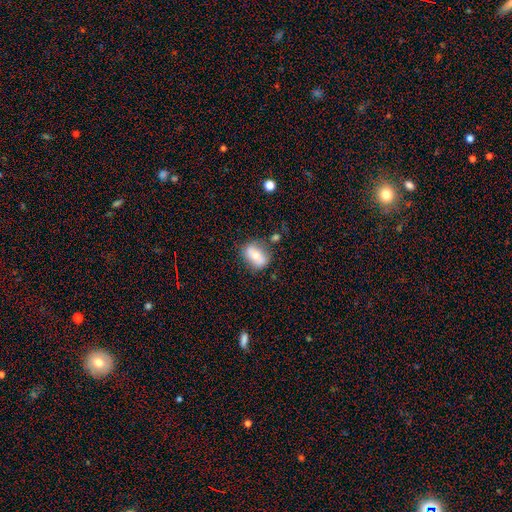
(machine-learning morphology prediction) The model was most divided on "smooth or featured": smooth: 56%, featured or disk: 36%, star or artifact: 8%. More confident: how rounded — in between (73%); merging — none (68%).